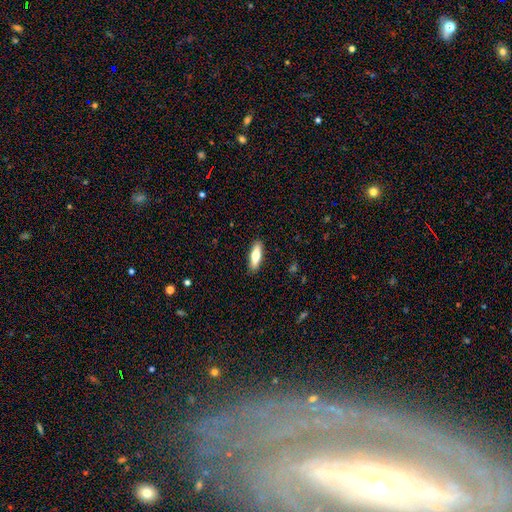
A smooth galaxy with no disk features (59%) that is cigar-shaped (78%).

Vote fractions:
- Smooth or featured? smooth: 59% / featured or disk: 36% / star or artifact: 5%
- How rounded? cigar-shaped: 78% / in between: 17% / round: 4%
- Merging? none: 95% / minor disturbance: 5% / major disturbance: 0% / merger: 0%